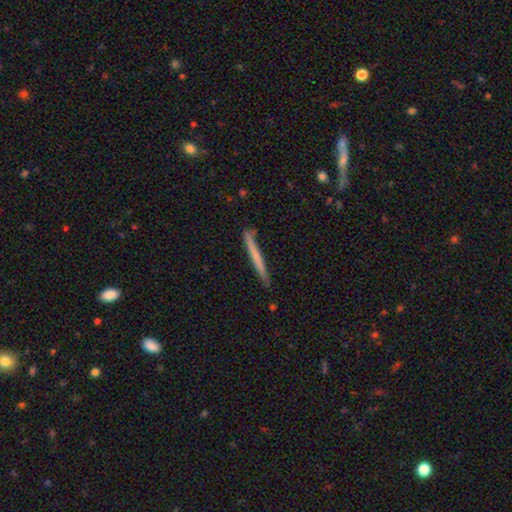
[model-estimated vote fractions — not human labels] Overall: smooth (59%; featured or disk 35%). How rounded: cigar-shaped (97%). Merging: none (89%).